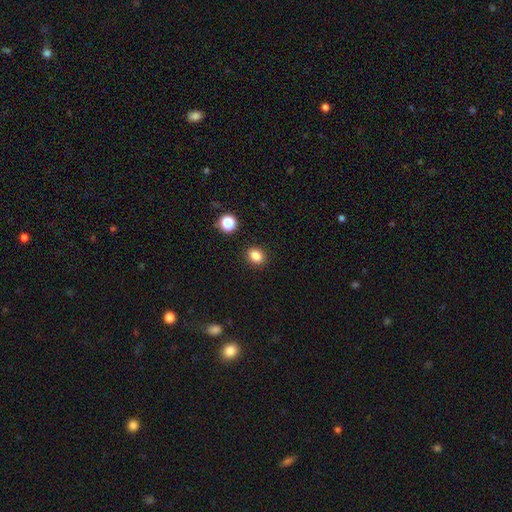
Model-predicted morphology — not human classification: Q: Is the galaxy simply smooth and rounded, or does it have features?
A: smooth — 84%.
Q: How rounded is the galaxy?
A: in between — 51%.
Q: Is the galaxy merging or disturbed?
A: none — 89%.